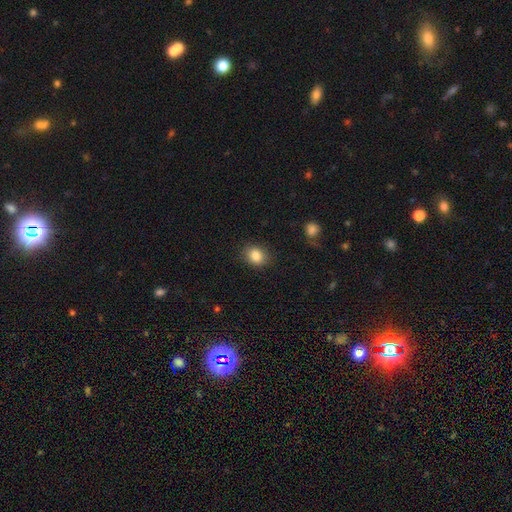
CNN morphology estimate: smooth_or_featured: smooth (p=0.84) [alt: star or artifact p=0.10]
how_rounded: round (p=0.50) [alt: in between p=0.49]
merging: none (p=0.83) [alt: minor disturbance p=0.13]